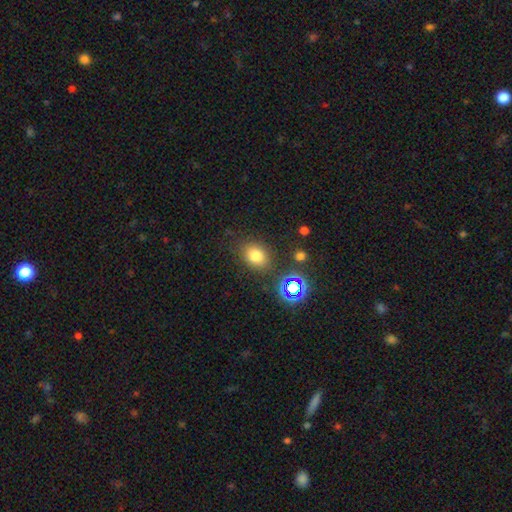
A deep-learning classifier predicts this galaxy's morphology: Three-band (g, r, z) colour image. It shows a smooth galaxy with no disk features (75%) that is in between round and cigar-shaped (54%). Merging: none (79%).